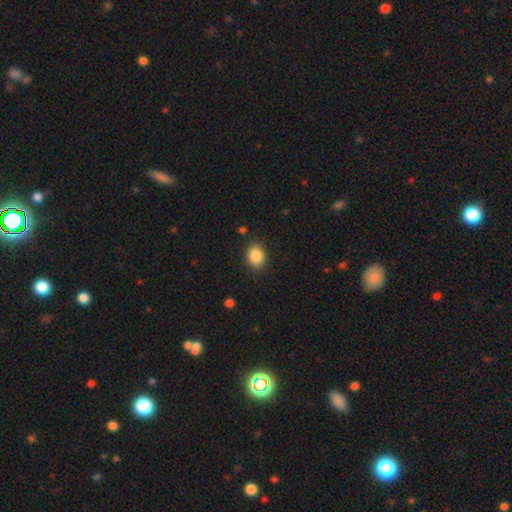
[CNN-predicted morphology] This is clearly a smooth galaxy (87%). How rounded: possibly round (53%). Merging: clearly none (87%).